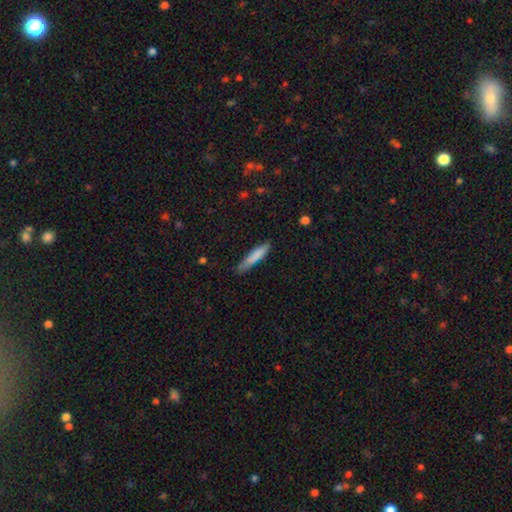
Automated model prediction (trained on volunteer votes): This appears to be a smooth galaxy with no disk features (80%) that is cigar-shaped (87%). Merging: none (74%).